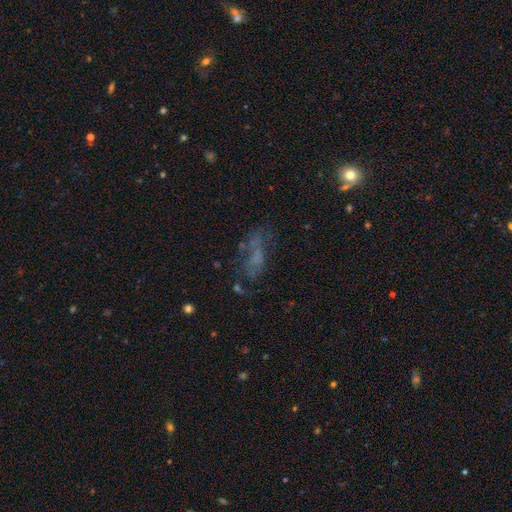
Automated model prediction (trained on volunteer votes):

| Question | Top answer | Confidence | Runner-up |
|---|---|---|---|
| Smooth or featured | featured or disk | 41% | smooth (36%) |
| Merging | none | 46% | major disturbance (26%) |